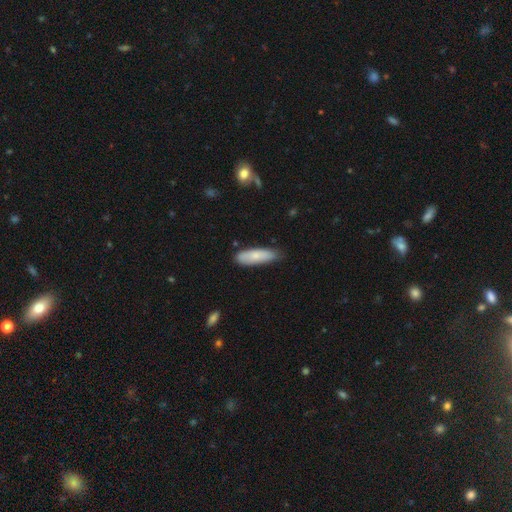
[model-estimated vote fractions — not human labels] The model was most divided on "how rounded": cigar-shaped: 53%, in between: 46%, round: 2%. More confident: smooth or featured — smooth (78%); merging — none (75%).